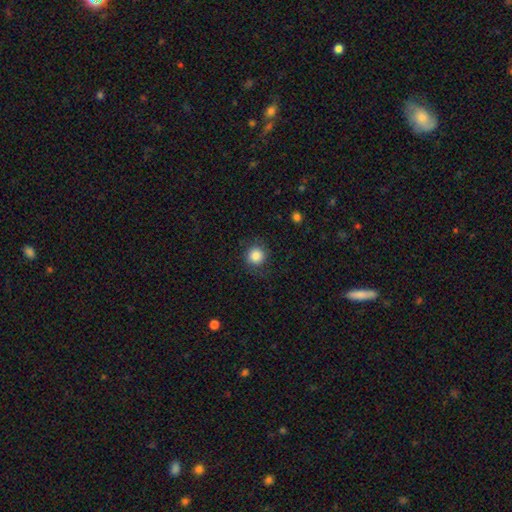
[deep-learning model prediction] Smooth or featured?
  - smooth: 84% *
  - star or artifact: 9%
  - featured or disk: 7%
How rounded?
  - round: 91% *
  - in between: 8%
  - cigar-shaped: 1%
Merging?
  - none: 82% *
  - minor disturbance: 12%
  - major disturbance: 5%
  - merger: 1%